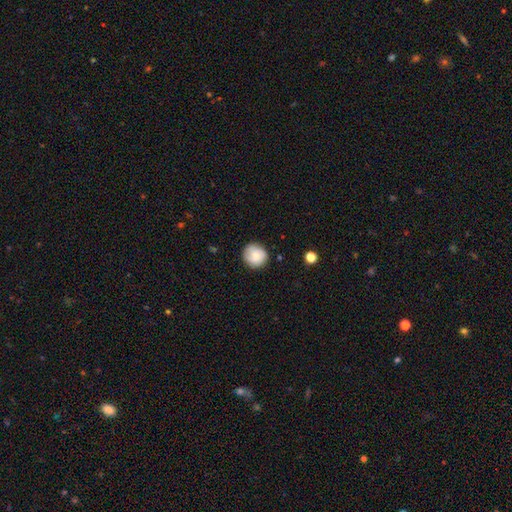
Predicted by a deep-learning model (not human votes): Overall: smooth (68%). How rounded: round (92%). Merging: none (83%).